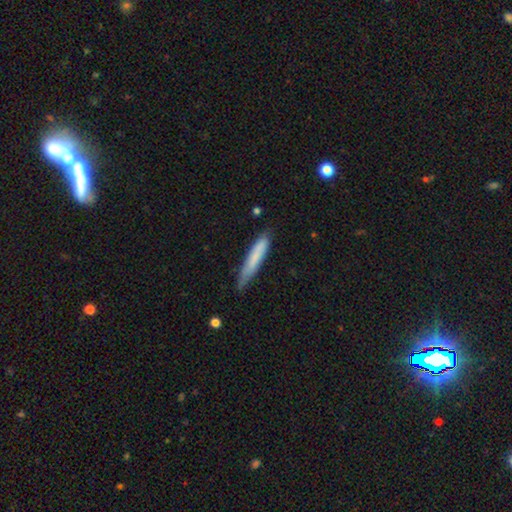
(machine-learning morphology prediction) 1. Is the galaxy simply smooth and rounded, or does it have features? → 74% smooth, 20% featured or disk, 6% star or artifact.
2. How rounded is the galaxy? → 92% cigar-shaped, 7% in between, 1% round.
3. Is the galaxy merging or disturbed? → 71% none, 23% minor disturbance, 4% major disturbance, 2% merger.